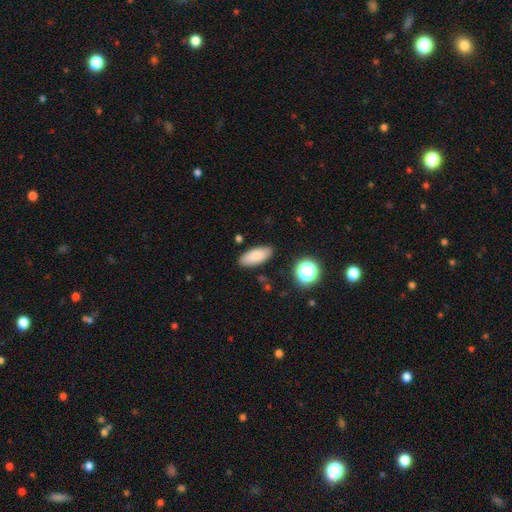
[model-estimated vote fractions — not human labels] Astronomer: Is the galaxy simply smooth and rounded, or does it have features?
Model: smooth — 84%.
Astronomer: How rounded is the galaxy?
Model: in between — 83%.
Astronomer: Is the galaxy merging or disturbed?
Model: none — 86%.